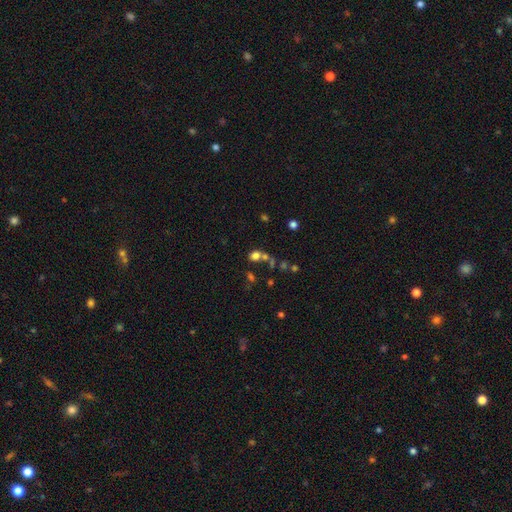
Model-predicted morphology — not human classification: Overall: smooth (70%). How rounded: round (55%; in between 44%). Merging: none (49%; merger 33%).